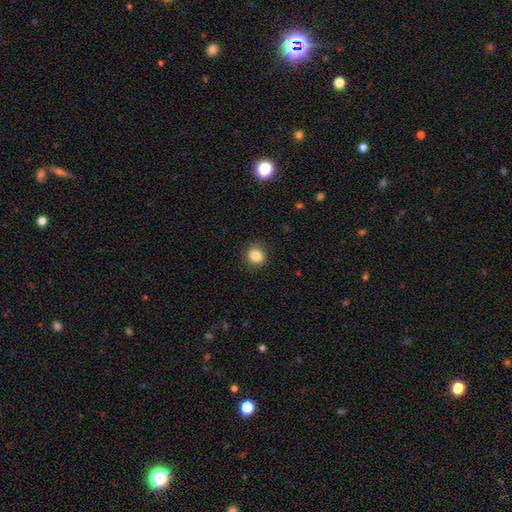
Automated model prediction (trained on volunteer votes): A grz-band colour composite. It shows a smooth galaxy with no disk features (85%) that is round (72%). Merging: none (85%).